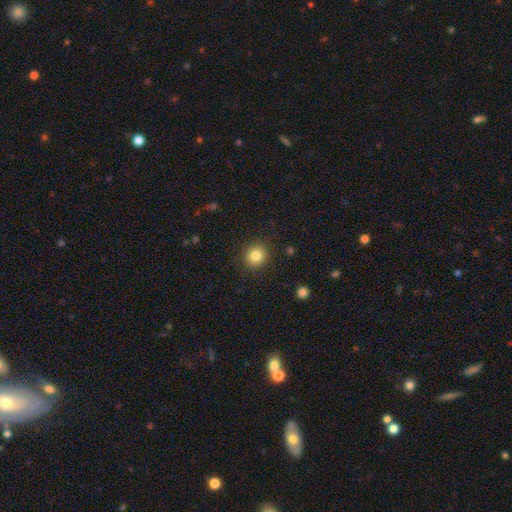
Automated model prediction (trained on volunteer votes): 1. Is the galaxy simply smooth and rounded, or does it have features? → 83% smooth, 10% star or artifact, 6% featured or disk.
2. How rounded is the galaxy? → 89% round, 10% in between, 1% cigar-shaped.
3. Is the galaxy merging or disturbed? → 90% none, 7% minor disturbance, 2% major disturbance, 1% merger.